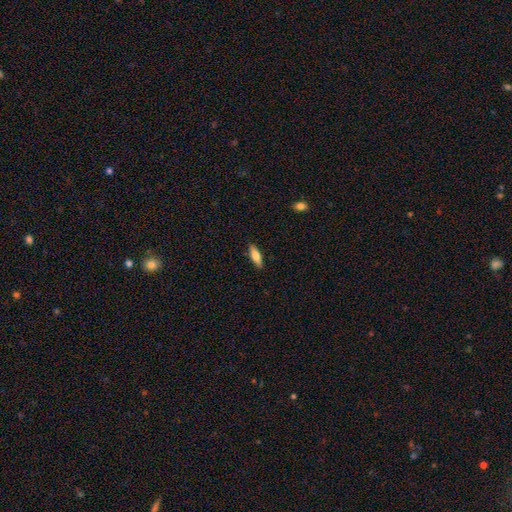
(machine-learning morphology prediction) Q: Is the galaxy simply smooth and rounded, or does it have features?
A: smooth — 68%.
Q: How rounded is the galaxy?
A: in between — 52%.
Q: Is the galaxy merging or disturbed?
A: none — 88%.